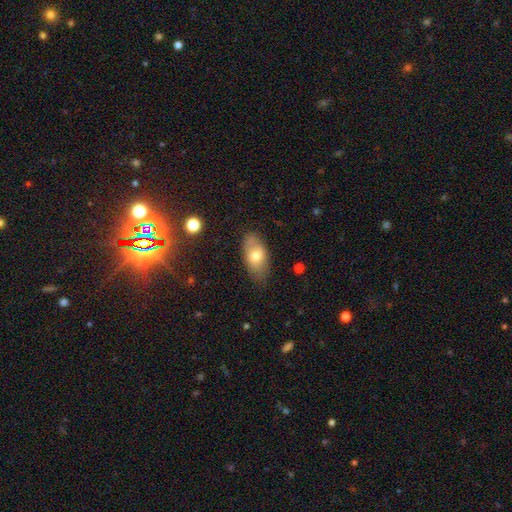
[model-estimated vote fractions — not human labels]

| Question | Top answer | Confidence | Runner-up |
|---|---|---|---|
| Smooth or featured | smooth | 68% | featured or disk (24%) |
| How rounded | in between | 90% | round (5%) |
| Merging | none | 73% | minor disturbance (20%) |